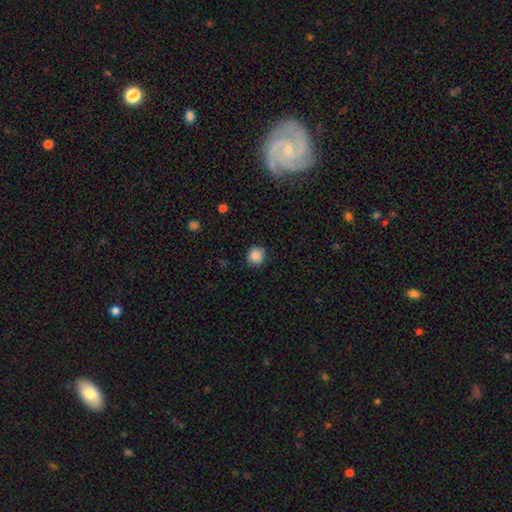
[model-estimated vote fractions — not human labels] This is clearly a smooth galaxy (88%). How rounded: clearly round (90%). Merging: clearly none (88%).